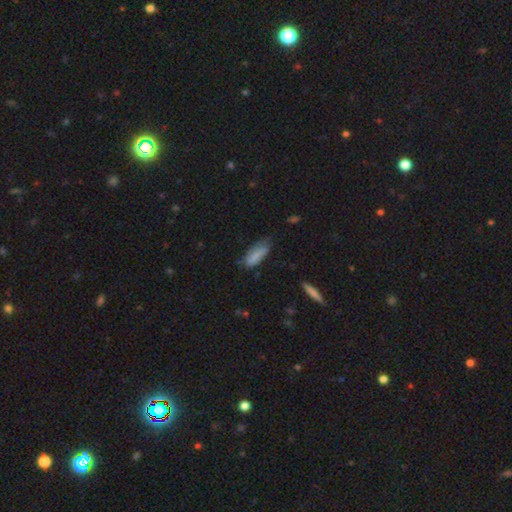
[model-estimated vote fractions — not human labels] Smooth or featured? Predicted: smooth (p=0.68). How rounded? Predicted: in between (p=0.74). Merging? Predicted: none (p=0.42).